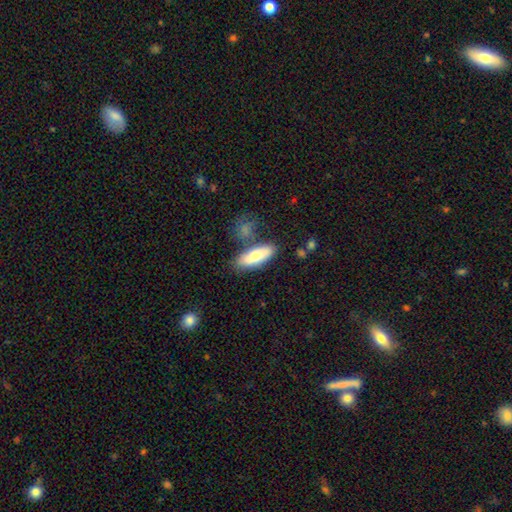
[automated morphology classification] This is likely a smooth galaxy (74%). How rounded: likely in between (63%). Merging: likely none (70%).